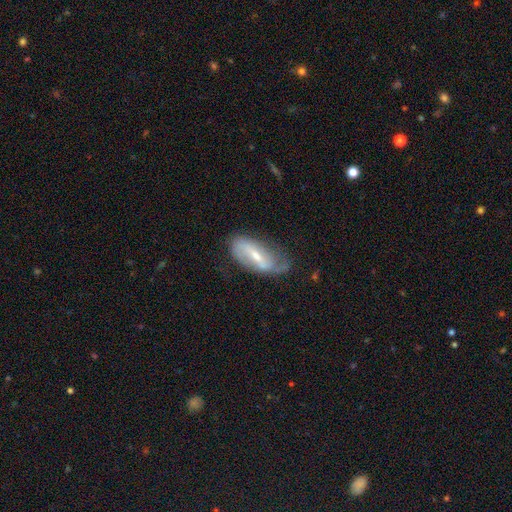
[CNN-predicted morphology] Overall: featured or disk (69%). Edge-on disk: no (89%). Bar: strong (44%; weak 41%). Spiral arms: yes (79%). Bulge size: small (49%; moderate 44%). Merging: none (54%; minor disturbance 31%).